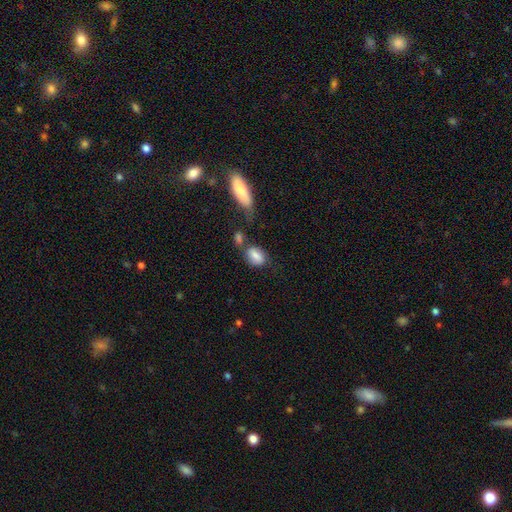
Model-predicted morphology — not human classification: Smooth or featured? smooth (79%)
How rounded? in between (82%)
Merging? none (51%)